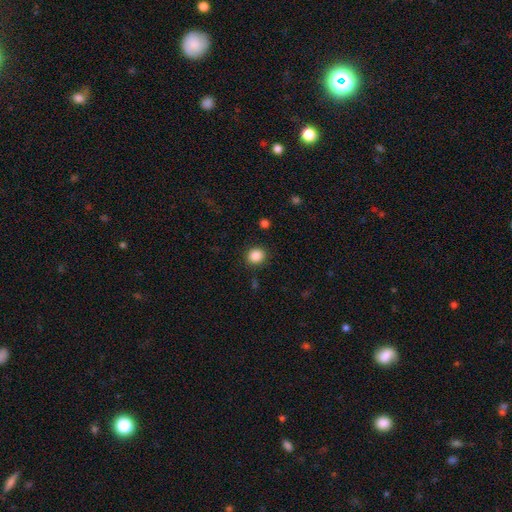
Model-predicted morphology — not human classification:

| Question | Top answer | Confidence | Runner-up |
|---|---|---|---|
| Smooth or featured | smooth | 87% | star or artifact (10%) |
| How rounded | round | 82% | in between (17%) |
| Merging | none | 89% | minor disturbance (7%) |